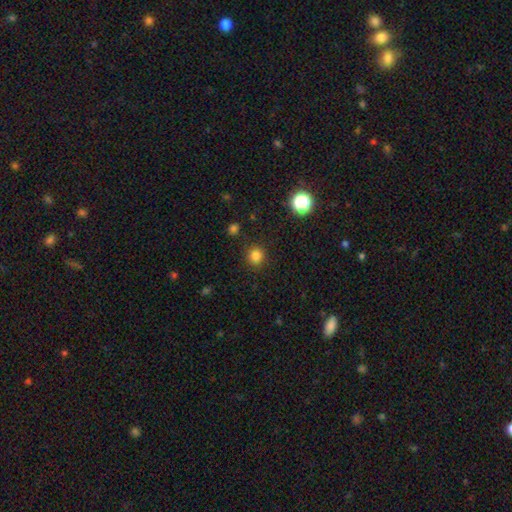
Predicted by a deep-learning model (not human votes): The model was most divided on "smooth or featured": smooth: 82%, star or artifact: 13%, featured or disk: 4%. More confident: merging — none (90%); how rounded — round (90%).